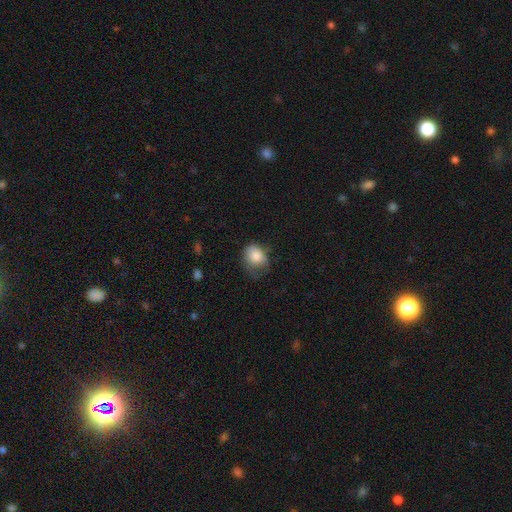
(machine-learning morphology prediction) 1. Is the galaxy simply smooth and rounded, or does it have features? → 82% smooth, 9% featured or disk, 8% star or artifact.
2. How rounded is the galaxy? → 51% round, 48% in between, 1% cigar-shaped.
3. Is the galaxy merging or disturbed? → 41% none, 38% minor disturbance, 20% major disturbance, 2% merger.